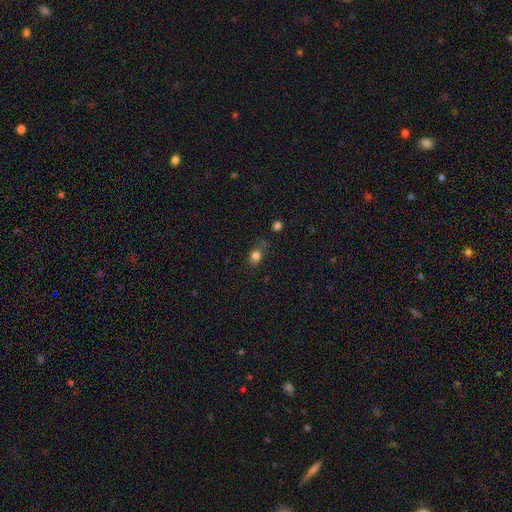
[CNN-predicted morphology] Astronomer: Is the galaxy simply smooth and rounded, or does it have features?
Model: smooth — 79%.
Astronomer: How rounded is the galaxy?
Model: round — 65%.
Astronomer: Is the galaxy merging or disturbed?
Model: none — 67%.